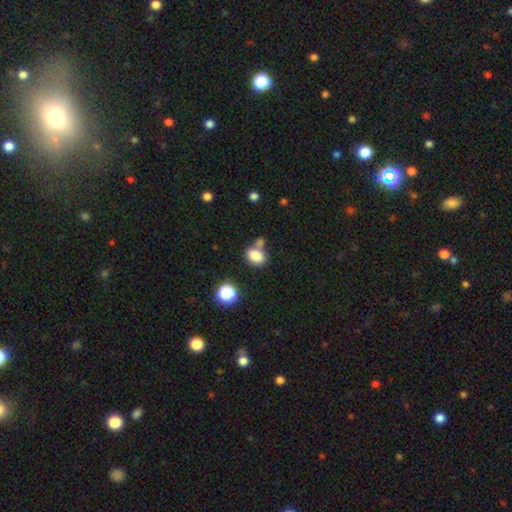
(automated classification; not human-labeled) Overall: smooth (81%). How rounded: in between (76%). Merging: none (55%; merger 27%).